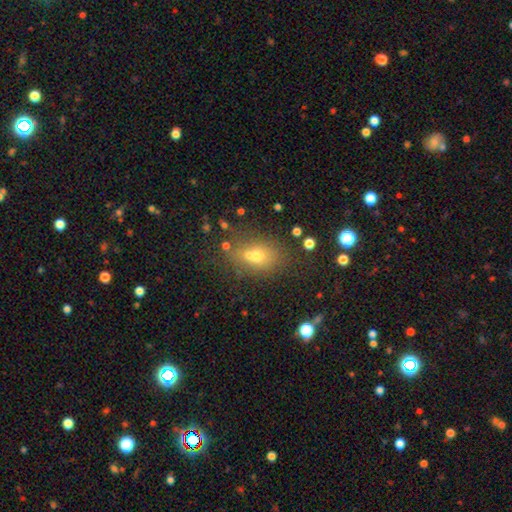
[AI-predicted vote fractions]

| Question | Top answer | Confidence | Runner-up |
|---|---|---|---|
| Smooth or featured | smooth | 63% | star or artifact (19%) |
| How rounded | in between | 62% | round (36%) |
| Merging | none | 53% | merger (27%) |